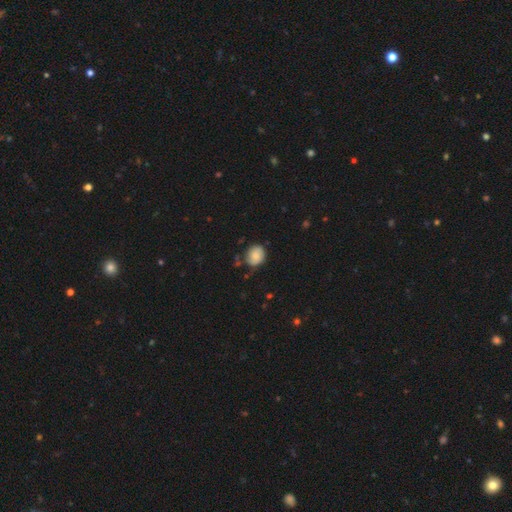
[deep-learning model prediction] smooth-or-featured: smooth: 72% | featured or disk: 20% | star or artifact: 8%
  how-rounded: round: 69% | in between: 30% | cigar-shaped: 1%
  merging: none: 65% | minor disturbance: 26% | major disturbance: 6% | merger: 3%